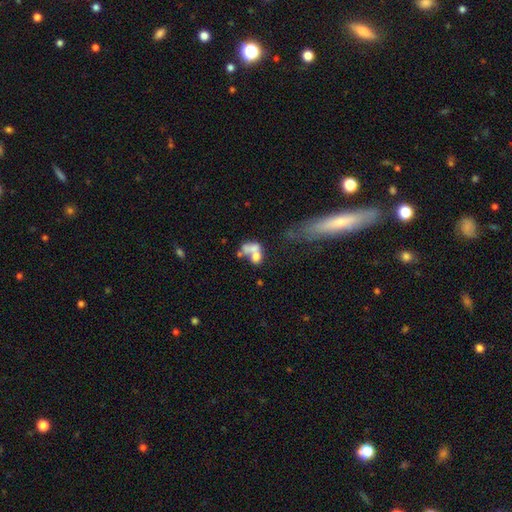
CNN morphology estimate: smooth-or-featured: smooth: 56% | featured or disk: 32% | star or artifact: 12%
  how-rounded: in between: 74% | round: 22% | cigar-shaped: 4%
  merging: merger: 61% | none: 17% | major disturbance: 14% | minor disturbance: 9%